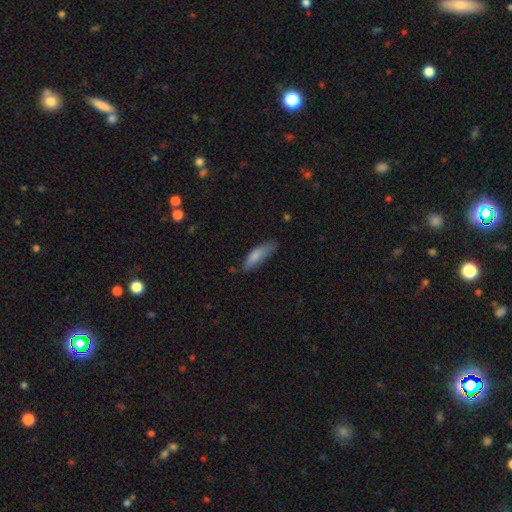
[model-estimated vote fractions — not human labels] This appears to be a smooth galaxy with no disk features (79%) that is cigar-shaped (54%). Merging: none (61%).